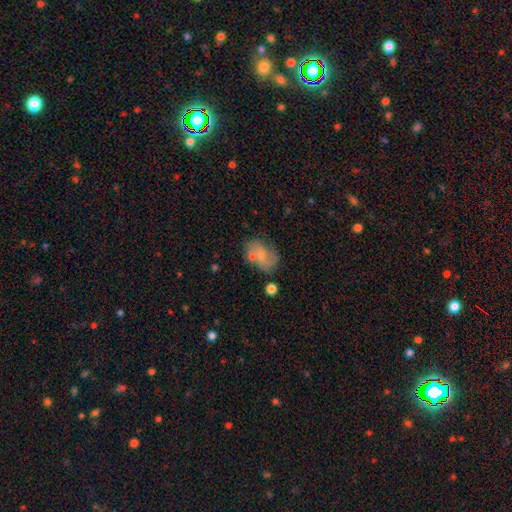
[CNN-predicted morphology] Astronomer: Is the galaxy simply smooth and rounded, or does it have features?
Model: smooth — 47% (runner-up: featured or disk, 42%).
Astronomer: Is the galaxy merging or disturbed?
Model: none — 59%.